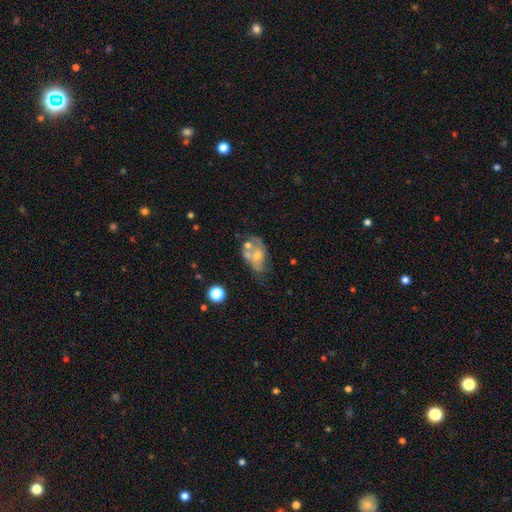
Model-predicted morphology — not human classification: Smooth or featured?
  - featured or disk: 47% *
  - smooth: 43%
  - star or artifact: 10%
Merging?
  - merger: 33% *
  - none: 24%
  - major disturbance: 22%
  - minor disturbance: 22%